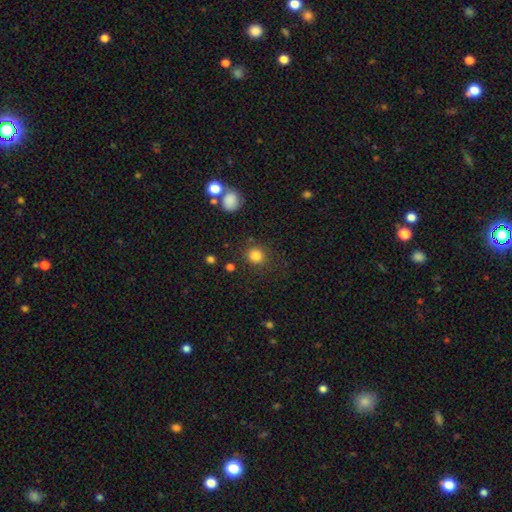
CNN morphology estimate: Smooth or featured?
  - smooth: 83% *
  - star or artifact: 12%
  - featured or disk: 5%
How rounded?
  - round: 88% *
  - in between: 11%
  - cigar-shaped: 1%
Merging?
  - none: 83% *
  - minor disturbance: 9%
  - major disturbance: 4%
  - merger: 3%